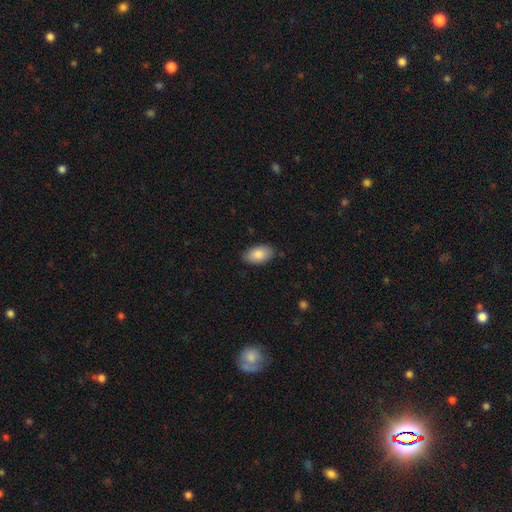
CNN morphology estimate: Overall: smooth (84%). How rounded: in between (94%). Merging: none (86%).